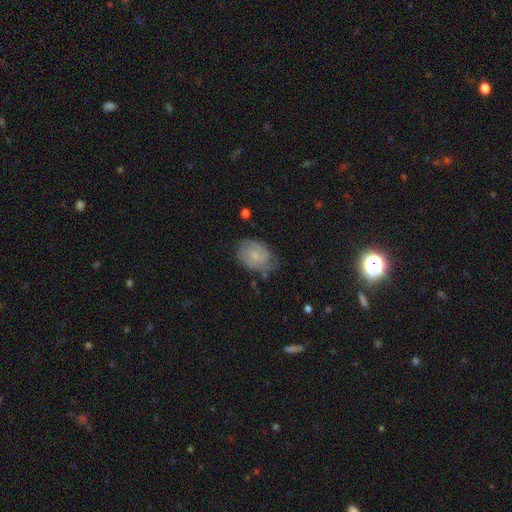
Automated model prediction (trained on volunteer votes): A featured or disk galaxy (56%) with no bar (61%), spiral arms (83%) and a small central bulge (67%). Merging: none (62%).